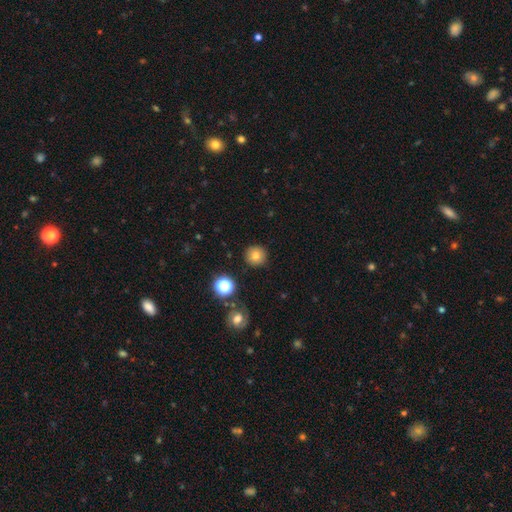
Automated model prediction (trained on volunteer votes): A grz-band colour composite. It shows a smooth galaxy with no disk features (79%) that is round (95%). Merging: none (90%).